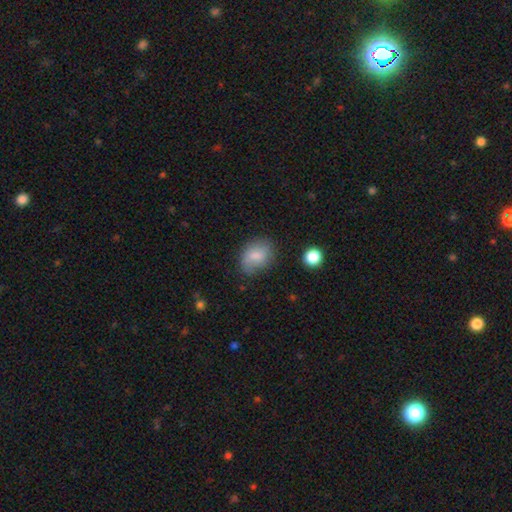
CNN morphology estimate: This is likely a smooth galaxy (76%). How rounded: likely in between (74%). Merging: likely none (63%).